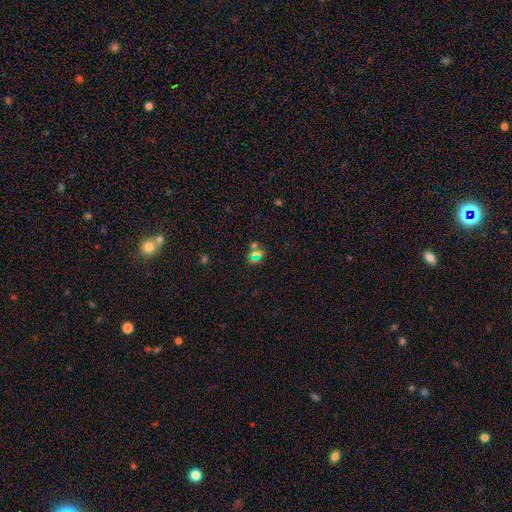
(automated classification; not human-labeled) A smooth galaxy with no disk features (49%).

Vote fractions:
- Smooth or featured? smooth: 49% / star or artifact: 39% / featured or disk: 13%
- Merging? none: 76% / minor disturbance: 11% / merger: 8% / major disturbance: 6%